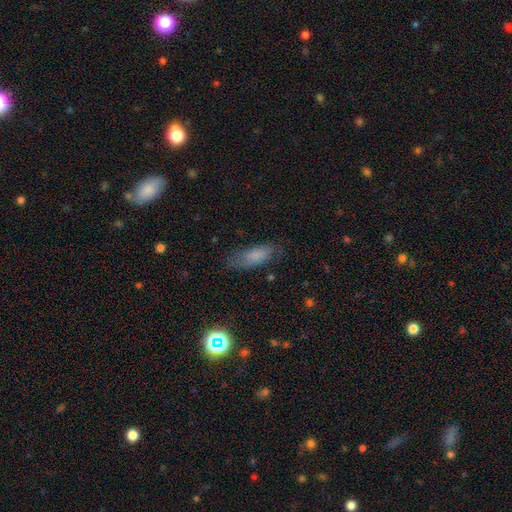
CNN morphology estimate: This appears to be a smooth galaxy with no disk features (71%) that is in between round and cigar-shaped (71%). Merging: none (71%).